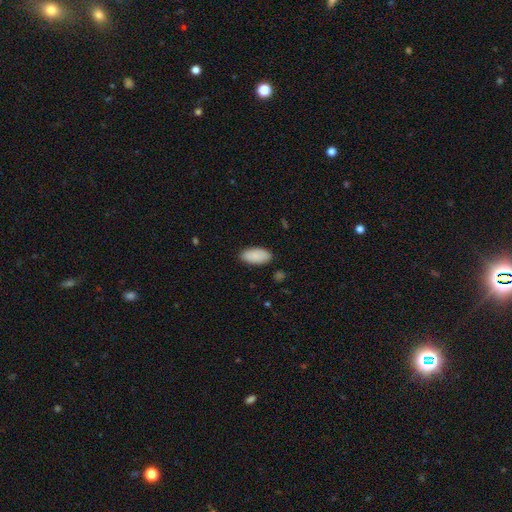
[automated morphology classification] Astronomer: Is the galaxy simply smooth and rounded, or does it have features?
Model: smooth — 89%.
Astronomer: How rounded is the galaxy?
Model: in between — 93%.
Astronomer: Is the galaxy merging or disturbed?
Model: none — 87%.